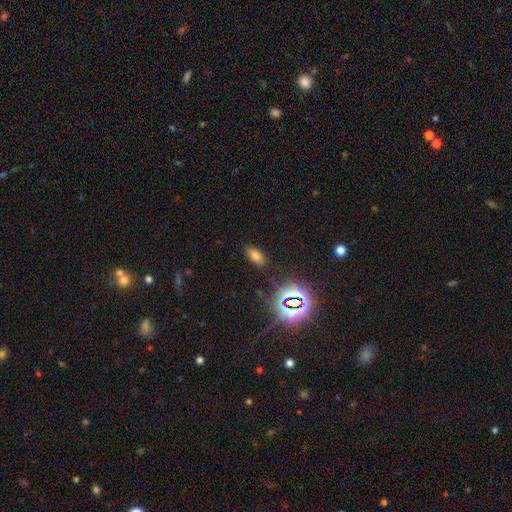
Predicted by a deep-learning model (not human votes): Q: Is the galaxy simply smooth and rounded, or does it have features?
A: smooth — 65%.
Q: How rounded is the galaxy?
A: in between — 89%.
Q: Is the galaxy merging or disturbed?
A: none — 85%.